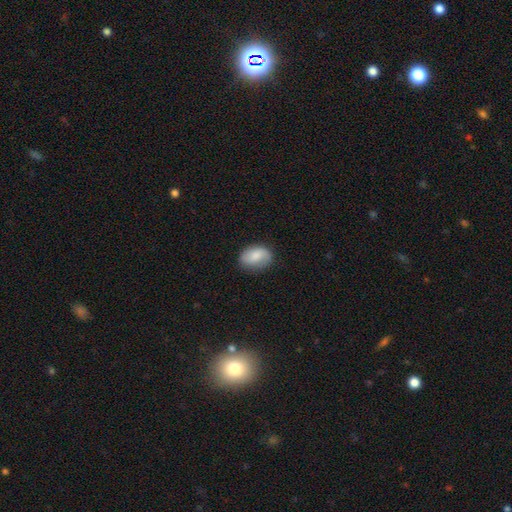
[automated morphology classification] smooth_or_featured: smooth (p=0.70) [alt: featured or disk p=0.23]
how_rounded: in between (p=0.76) [alt: round p=0.22]
merging: none (p=0.76) [alt: minor disturbance p=0.18]